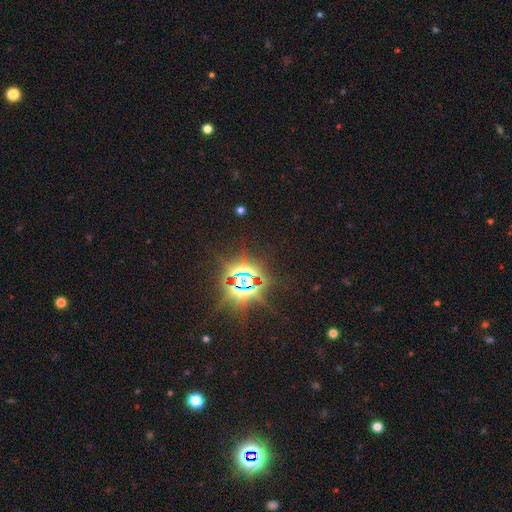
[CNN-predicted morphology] star or artifact 86%, featured or disk 7%, smooth 7%.